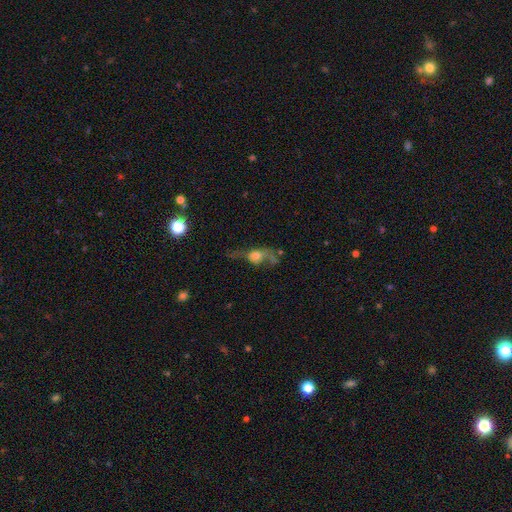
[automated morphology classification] This appears to be a smooth galaxy with no disk features (44%). Merging: major disturbance (45%).